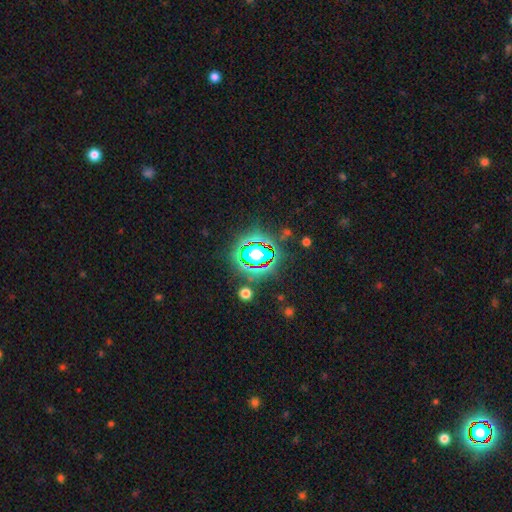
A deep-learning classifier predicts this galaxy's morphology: Smooth or featured: star or artifact — 80% (smooth — 12%)